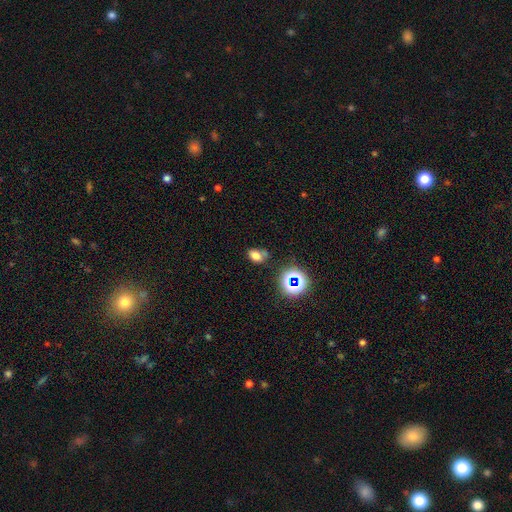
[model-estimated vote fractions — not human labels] smooth-or-featured: smooth: 69% | star or artifact: 20% | featured or disk: 11%
  how-rounded: in between: 75% | round: 23% | cigar-shaped: 2%
  merging: none: 54% | minor disturbance: 23% | merger: 15% | major disturbance: 9%